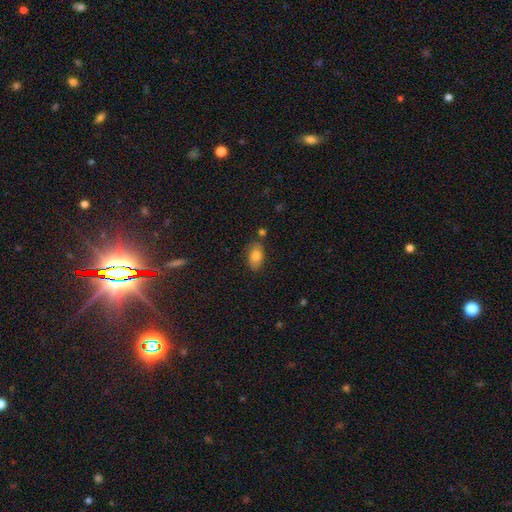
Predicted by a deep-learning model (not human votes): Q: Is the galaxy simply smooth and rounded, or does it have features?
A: smooth — 81%.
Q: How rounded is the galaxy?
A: in between — 88%.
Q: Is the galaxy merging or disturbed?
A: none — 73%.